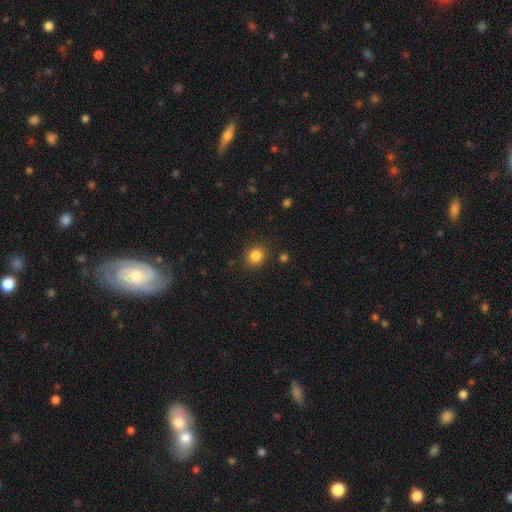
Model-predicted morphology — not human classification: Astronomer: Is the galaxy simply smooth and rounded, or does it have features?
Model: smooth — 85%.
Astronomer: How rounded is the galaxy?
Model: round — 70%.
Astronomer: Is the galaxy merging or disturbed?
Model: none — 85%.